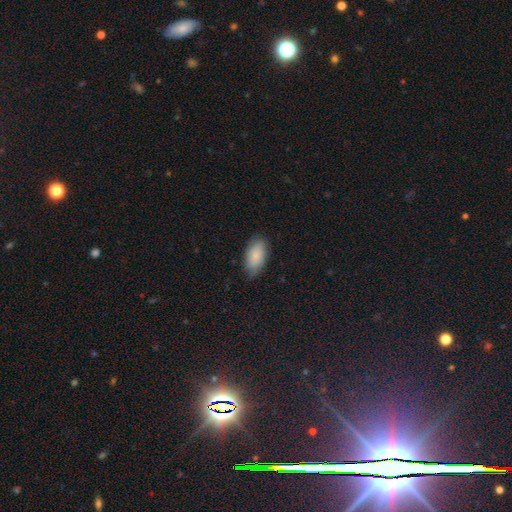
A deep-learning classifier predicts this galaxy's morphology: The model was most divided on "merging": none: 73%, minor disturbance: 22%, major disturbance: 4%, merger: 1%. More confident: how rounded — in between (93%); smooth or featured — smooth (86%).